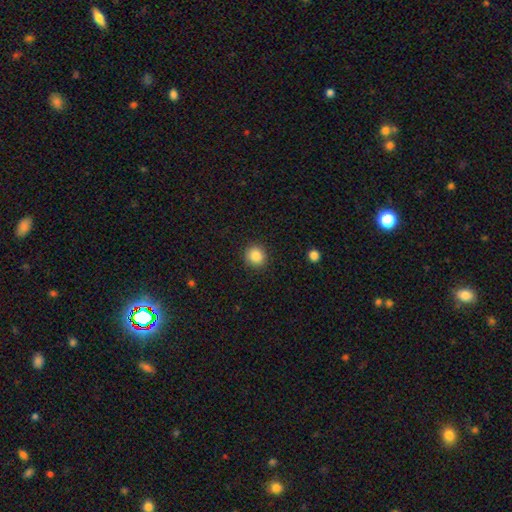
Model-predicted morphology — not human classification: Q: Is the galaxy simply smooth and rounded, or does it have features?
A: smooth — 87%.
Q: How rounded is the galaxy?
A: round — 89%.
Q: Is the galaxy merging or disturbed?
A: none — 90%.